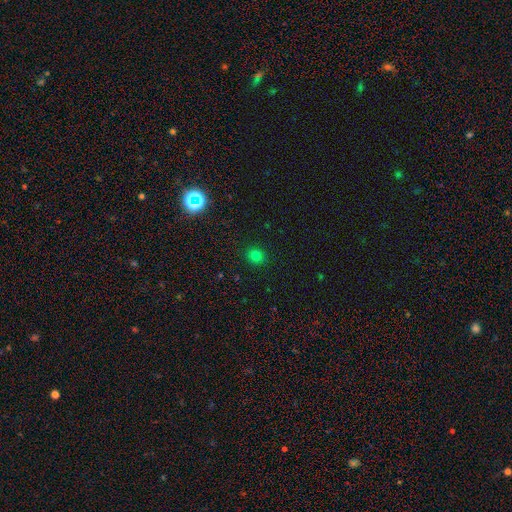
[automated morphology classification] Smooth or featured? Predicted: smooth (p=0.77). How rounded? Predicted: round (p=0.82). Merging? Predicted: none (p=0.90).